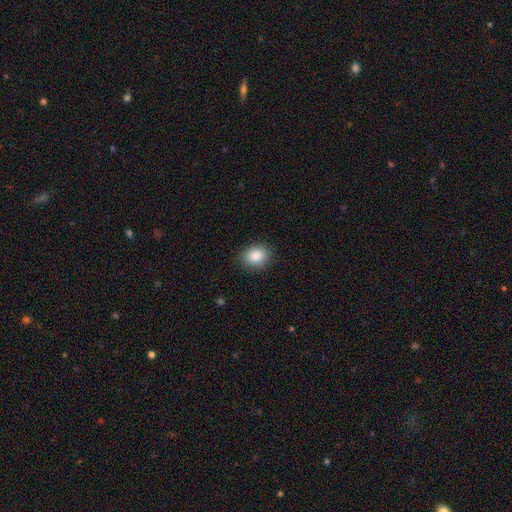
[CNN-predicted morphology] Q: Smooth or featured?
A: smooth (86%); runner-up: star or artifact (9%)
Q: How rounded?
A: round (55%); runner-up: in between (44%)
Q: Merging?
A: none (88%); runner-up: minor disturbance (9%)